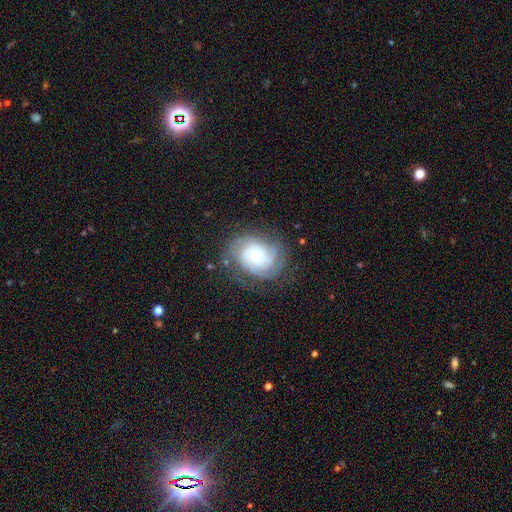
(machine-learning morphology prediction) Overall: featured or disk (76%). Edge-on disk: no (98%). Bar: no (62%; weak 31%). Spiral arms: yes (94%). Spiral arm count: can't tell (31%; 2 29%). Spiral winding: tight (61%; medium 31%). Bulge size: small (69%). Merging: none (68%).